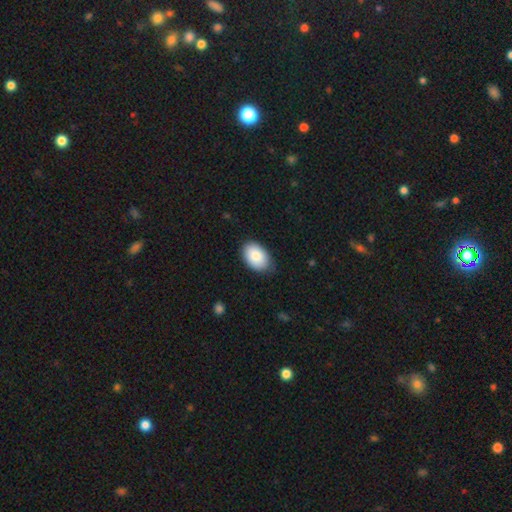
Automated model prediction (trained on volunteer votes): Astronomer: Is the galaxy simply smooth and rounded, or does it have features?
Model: smooth — 84%.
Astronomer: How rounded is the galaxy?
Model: in between — 89%.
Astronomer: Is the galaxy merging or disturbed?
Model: none — 82%.